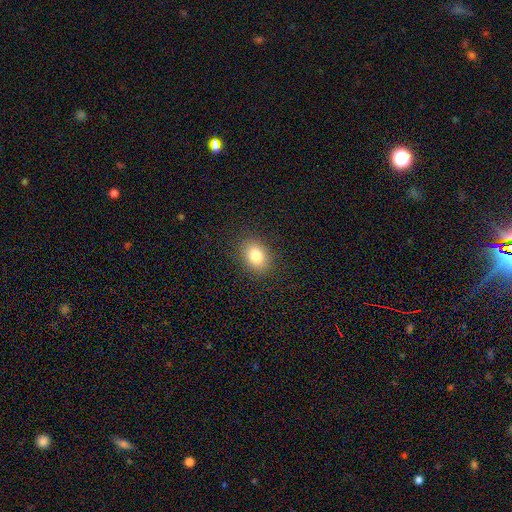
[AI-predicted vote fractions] The model was most divided on "how rounded": in between: 71%, round: 28%, cigar-shaped: 1%. More confident: merging — none (87%); smooth or featured — smooth (82%).